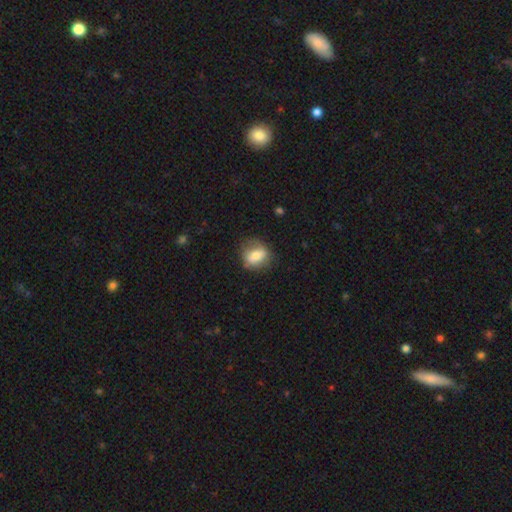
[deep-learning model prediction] This appears to be a smooth galaxy with no disk features (73%) that is in between round and cigar-shaped (51%). Merging: none (65%).